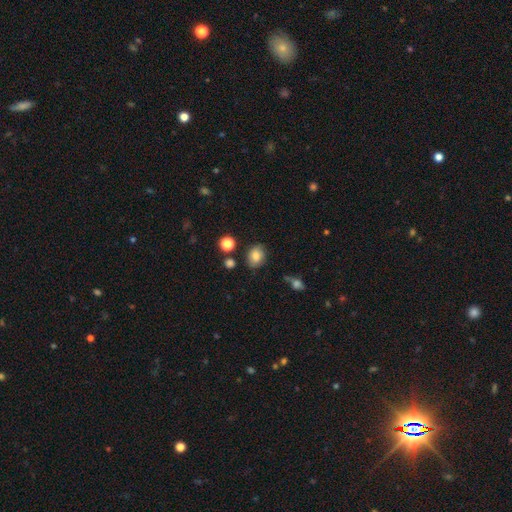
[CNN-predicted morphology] Overall: smooth (80%). How rounded: in between (52%; round 47%). Merging: none (81%).